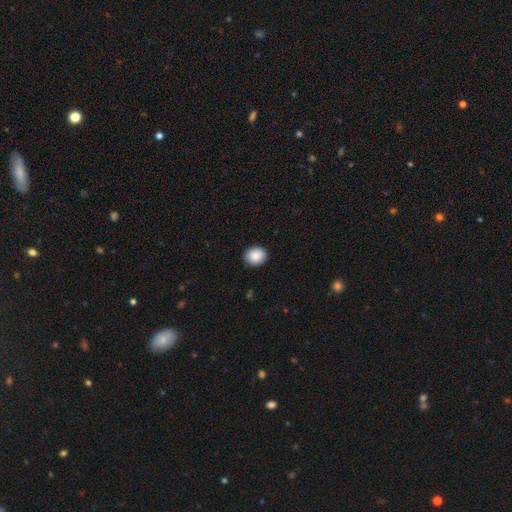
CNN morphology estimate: Smooth or featured? Predicted: smooth (p=0.89). How rounded? Predicted: round (p=0.65). Merging? Predicted: none (p=0.89).